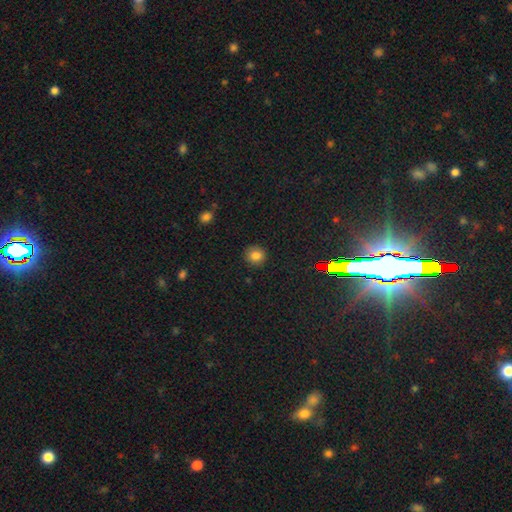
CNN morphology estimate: smooth_or_featured: smooth (p=0.81) [alt: star or artifact p=0.13]
how_rounded: round (p=0.89) [alt: in between p=0.10]
merging: none (p=0.89) [alt: minor disturbance p=0.07]